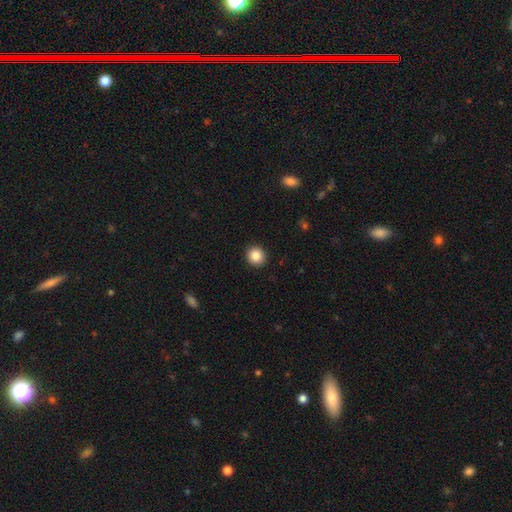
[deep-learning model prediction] The model was most divided on "smooth or featured": smooth: 87%, star or artifact: 9%, featured or disk: 4%. More confident: merging — none (92%); how rounded — round (91%).